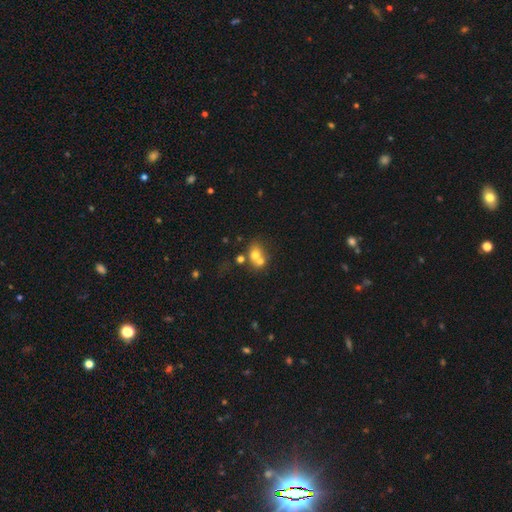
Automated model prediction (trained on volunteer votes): The model was most divided on "how rounded": round: 62%, in between: 37%, cigar-shaped: 1%. More confident: smooth or featured — smooth (63%); merging — merger (58%).